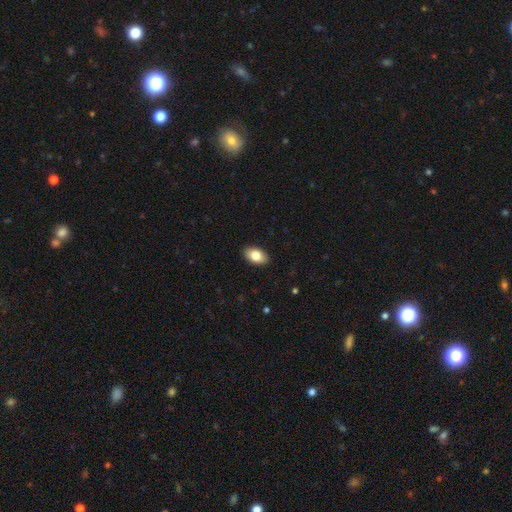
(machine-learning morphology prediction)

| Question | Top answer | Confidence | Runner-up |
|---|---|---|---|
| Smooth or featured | smooth | 82% | featured or disk (11%) |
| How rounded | in between | 92% | round (6%) |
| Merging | none | 90% | minor disturbance (8%) |